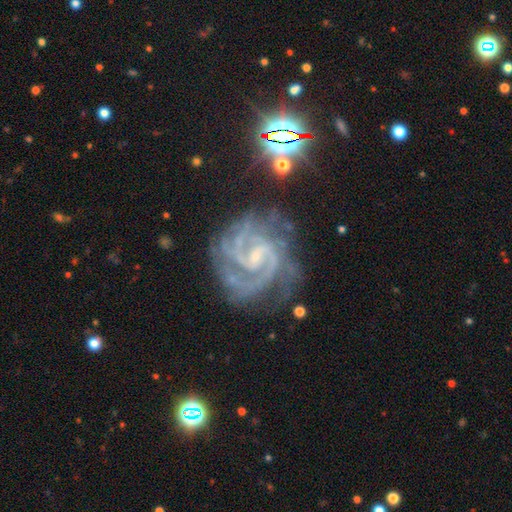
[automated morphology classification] This is clearly a featured or disk galaxy (91%). It is clearly not viewed edge-on (98%). Bar: possibly weak (52%). Spiral arm pattern: clearly yes (99%). Spiral arm count: possibly 2 (53%). Spiral winding: possibly tight (56%). Central bulge: likely small (74%). Merging: likely none (68%).